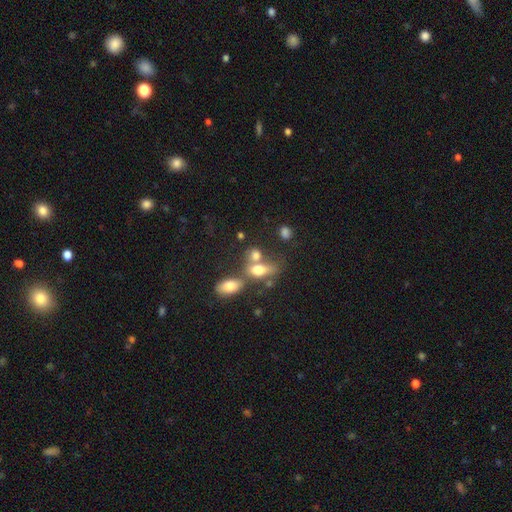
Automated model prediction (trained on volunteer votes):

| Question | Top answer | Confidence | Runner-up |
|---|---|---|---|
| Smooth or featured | smooth | 71% | featured or disk (18%) |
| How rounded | in between | 72% | round (22%) |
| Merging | merger | 49% | none (31%) |